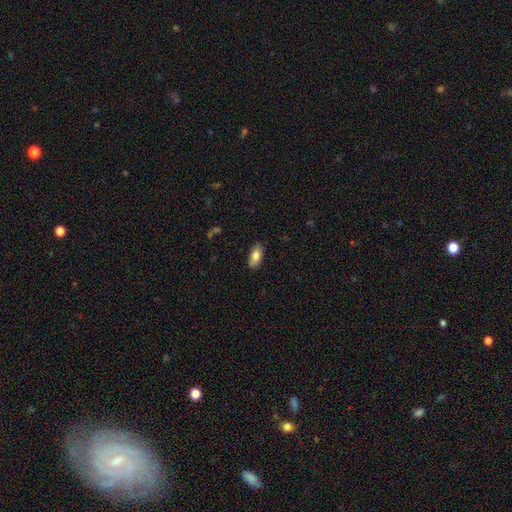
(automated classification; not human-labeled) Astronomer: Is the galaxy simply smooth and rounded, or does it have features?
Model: smooth — 81%.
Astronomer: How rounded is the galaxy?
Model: in between — 87%.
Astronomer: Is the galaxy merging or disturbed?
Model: none — 84%.